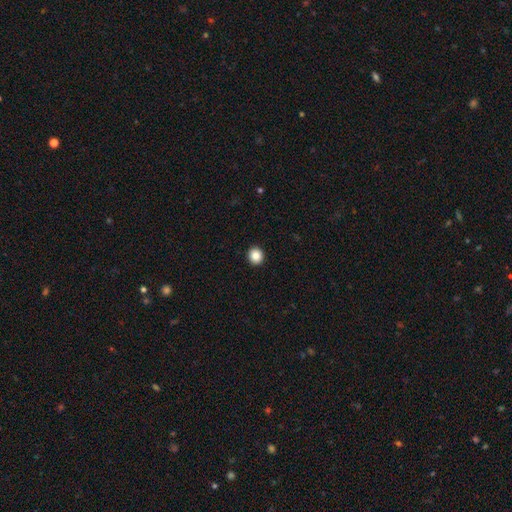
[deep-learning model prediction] Overall: smooth (86%). How rounded: round (88%). Merging: none (94%).